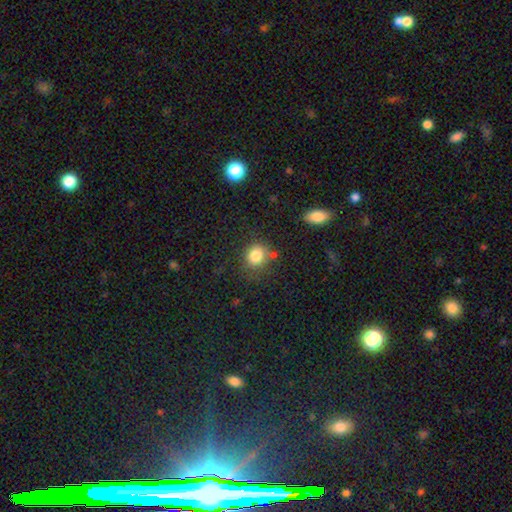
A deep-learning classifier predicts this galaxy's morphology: This is clearly a smooth galaxy (83%). How rounded: likely round (75%). Merging: likely none (70%).